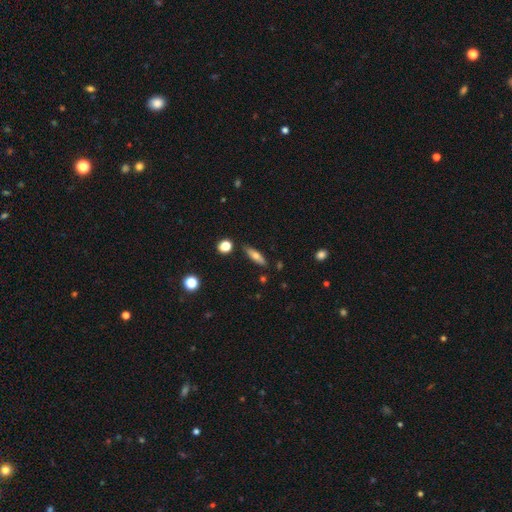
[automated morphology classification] Smooth or featured? smooth (63%)
How rounded? cigar-shaped (55%)
Merging? none (83%)